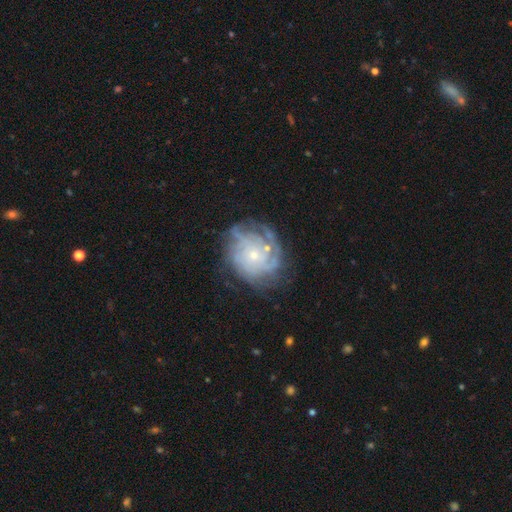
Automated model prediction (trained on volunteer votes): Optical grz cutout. It shows a featured or disk galaxy (82%) with no bar (83%), tight (69%) spiral arms (92%) and a small central bulge (77%). Merging: none (66%).